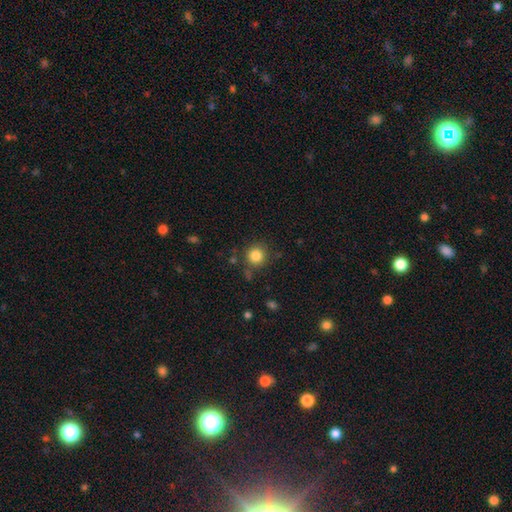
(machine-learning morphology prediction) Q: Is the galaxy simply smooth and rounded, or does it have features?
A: smooth — 84%.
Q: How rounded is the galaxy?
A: round — 93%.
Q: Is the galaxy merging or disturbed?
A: none — 82%.